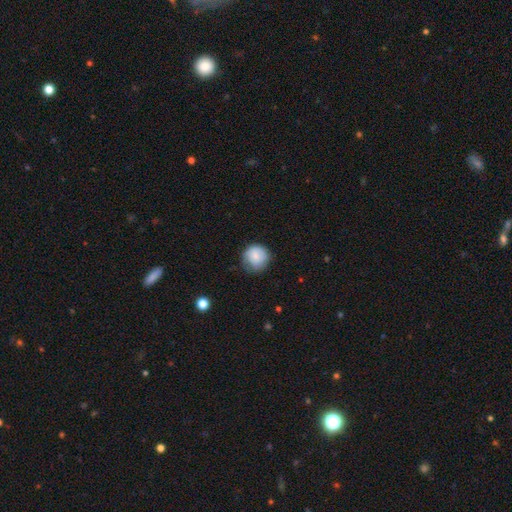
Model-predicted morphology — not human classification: Smooth or featured?
  - smooth: 73% *
  - featured or disk: 20%
  - star or artifact: 7%
How rounded?
  - round: 89% *
  - in between: 10%
  - cigar-shaped: 1%
Merging?
  - none: 63% *
  - minor disturbance: 27%
  - major disturbance: 8%
  - merger: 1%